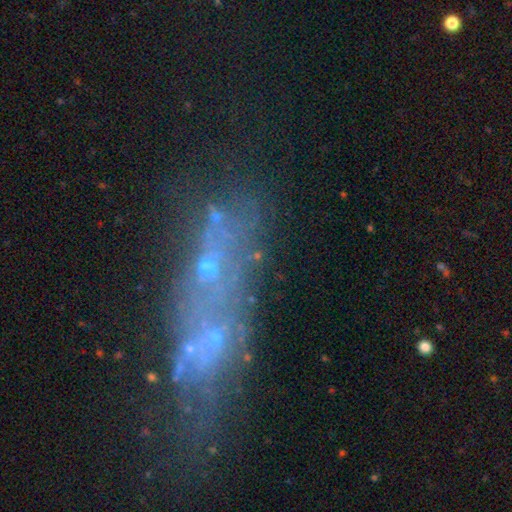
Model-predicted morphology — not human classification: Smooth or featured? Predicted: featured or disk (p=0.40). Merging? Predicted: none (p=0.52).